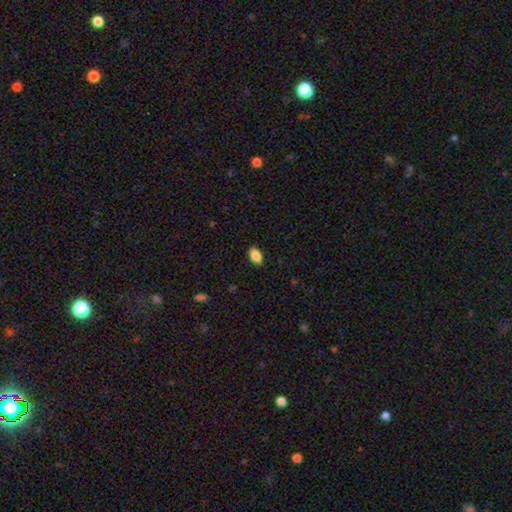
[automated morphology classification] Smooth or featured? Predicted: smooth (p=0.88). How rounded? Predicted: in between (p=0.92). Merging? Predicted: none (p=0.88).